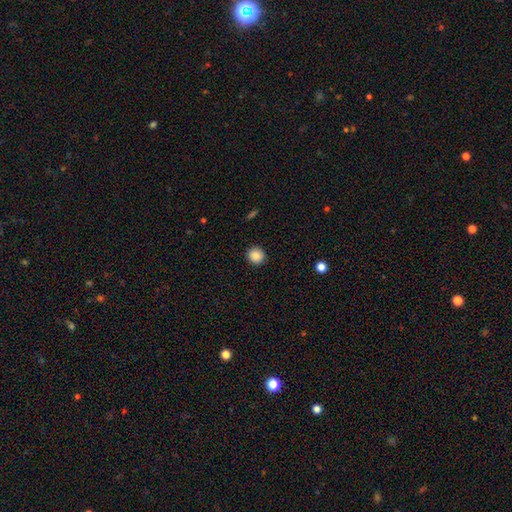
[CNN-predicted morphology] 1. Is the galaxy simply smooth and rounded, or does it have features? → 88% smooth, 9% star or artifact, 3% featured or disk.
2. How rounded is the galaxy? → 88% round, 11% in between, 1% cigar-shaped.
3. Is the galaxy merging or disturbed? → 91% none, 6% minor disturbance, 2% major disturbance, 1% merger.